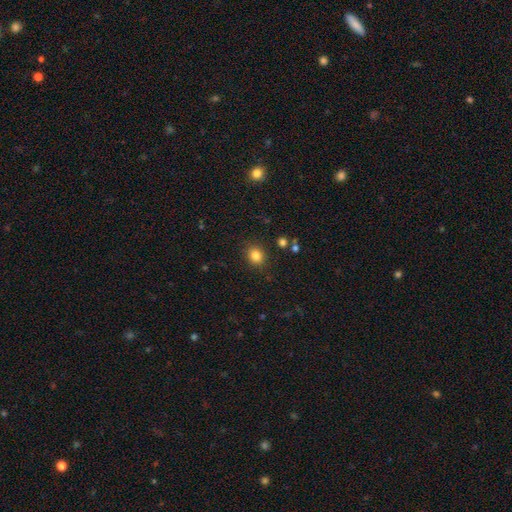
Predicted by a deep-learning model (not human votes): Smooth or featured: smooth — 83% (star or artifact — 12%)
How rounded: round — 68% (in between — 31%)
Merging: none — 87% (minor disturbance — 8%)